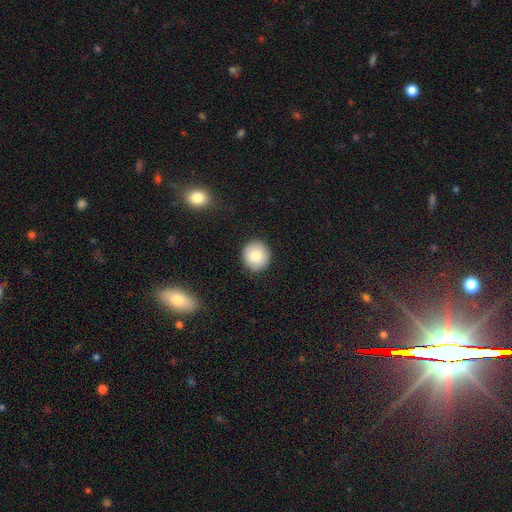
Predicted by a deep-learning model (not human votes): Overall: smooth (82%). How rounded: round (89%). Merging: none (90%).